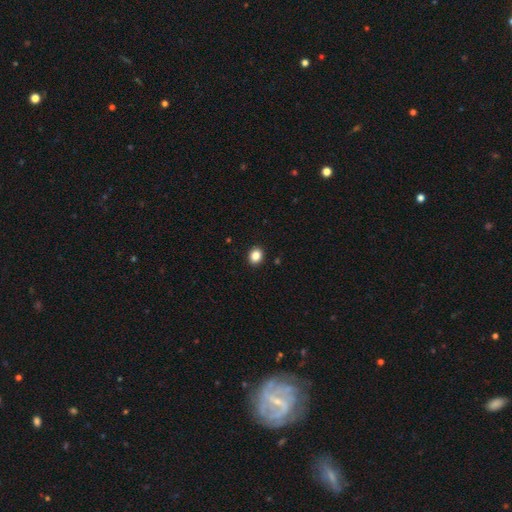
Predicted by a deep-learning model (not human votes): Overall: smooth (87%). How rounded: round (56%; in between 43%). Merging: none (92%).